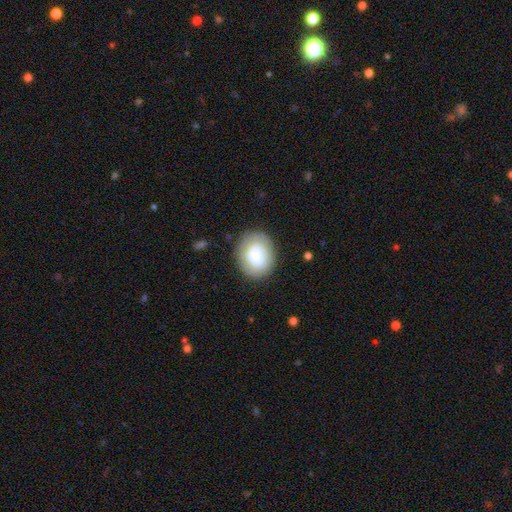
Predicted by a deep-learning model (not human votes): The model was most divided on "how rounded": round: 51%, in between: 48%, cigar-shaped: 1%. More confident: merging — none (79%); smooth or featured — smooth (64%).